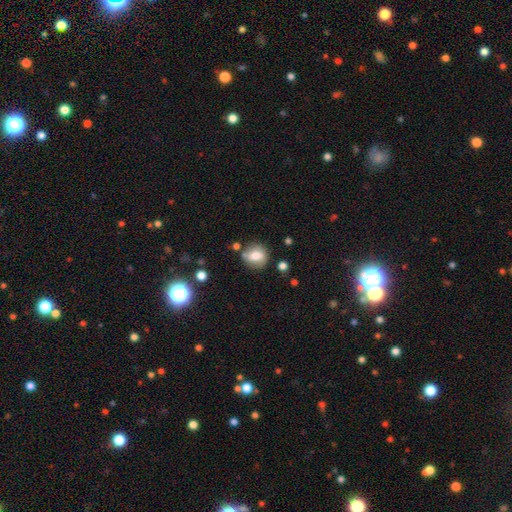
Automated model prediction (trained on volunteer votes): This appears to be a smooth galaxy with no disk features (68%) that is round (78%). Merging: none (70%).